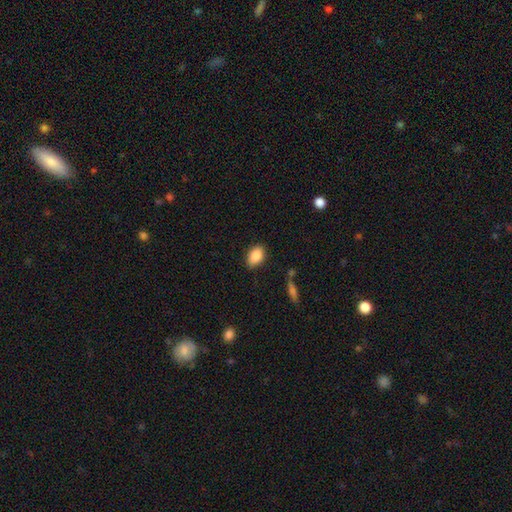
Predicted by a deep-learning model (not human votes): smooth-or-featured: smooth: 88% | star or artifact: 7% | featured or disk: 5%
  how-rounded: in between: 89% | round: 10% | cigar-shaped: 2%
  merging: none: 82% | minor disturbance: 13% | major disturbance: 3% | merger: 2%